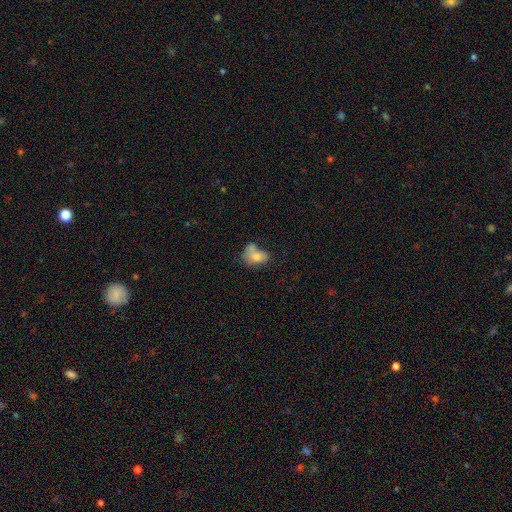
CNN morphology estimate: Smooth or featured?
  - smooth: 68% *
  - featured or disk: 22%
  - star or artifact: 10%
How rounded?
  - in between: 74% *
  - round: 25%
  - cigar-shaped: 1%
Merging?
  - merger: 33% *
  - none: 26%
  - minor disturbance: 22%
  - major disturbance: 19%